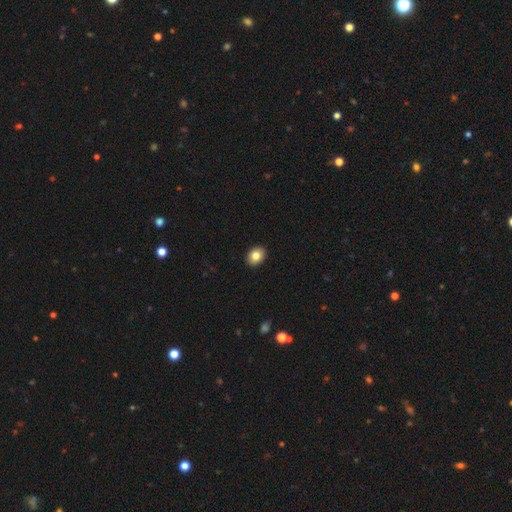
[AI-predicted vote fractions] Overall: smooth (83%). How rounded: in between (63%; round 36%). Merging: none (92%).